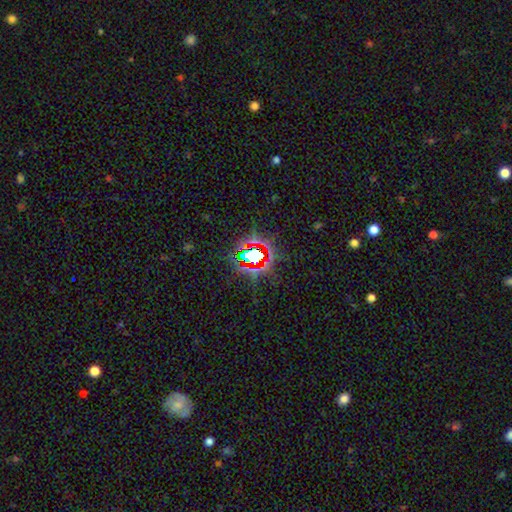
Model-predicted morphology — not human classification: Overall: star or artifact (76%).